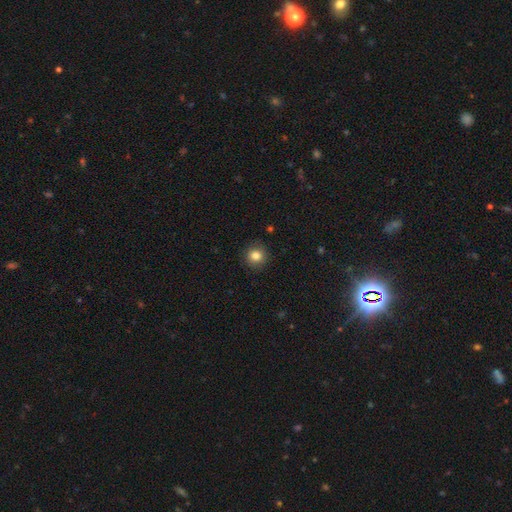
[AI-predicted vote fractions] A smooth galaxy with no disk features (84%) that is round (90%). Merging: none (89%).